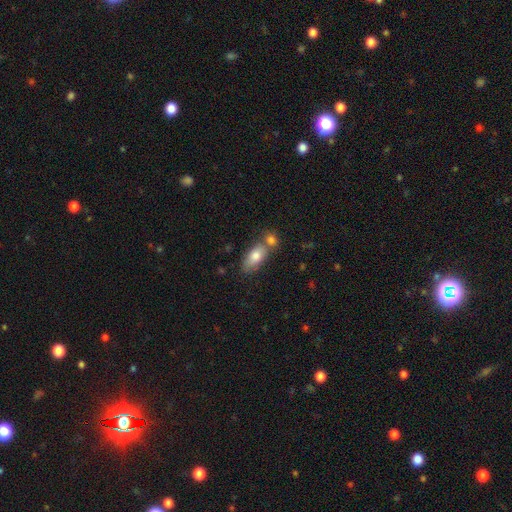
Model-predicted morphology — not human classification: Smooth or featured?
  - smooth: 79% *
  - featured or disk: 14%
  - star or artifact: 7%
How rounded?
  - in between: 84% *
  - cigar-shaped: 11%
  - round: 5%
Merging?
  - none: 48% *
  - merger: 35%
  - minor disturbance: 13%
  - major disturbance: 4%